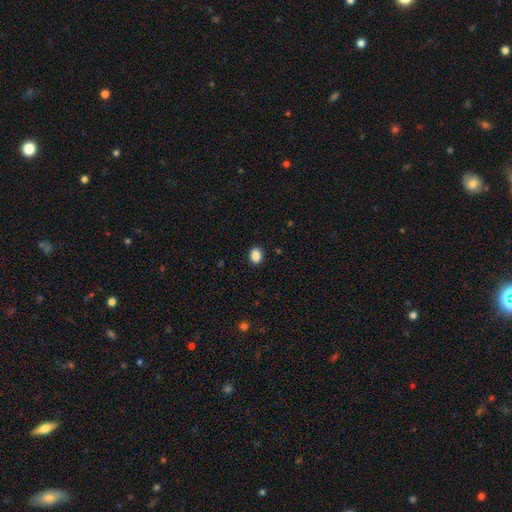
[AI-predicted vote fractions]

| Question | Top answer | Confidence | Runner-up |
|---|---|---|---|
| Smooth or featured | smooth | 88% | star or artifact (9%) |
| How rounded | in between | 55% | round (44%) |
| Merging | none | 91% | minor disturbance (7%) |